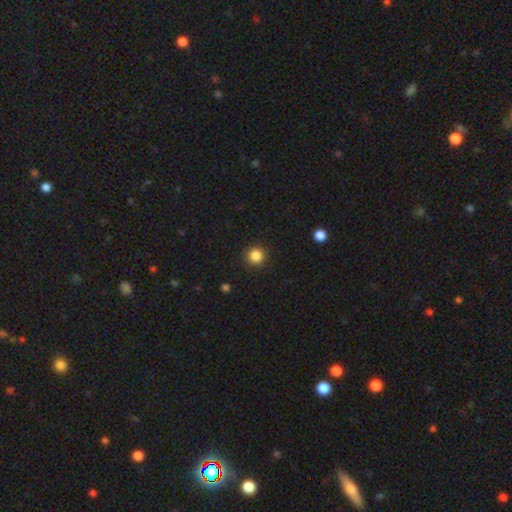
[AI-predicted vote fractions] A smooth galaxy with no disk features (85%) that is round (95%). Merging: none (92%).